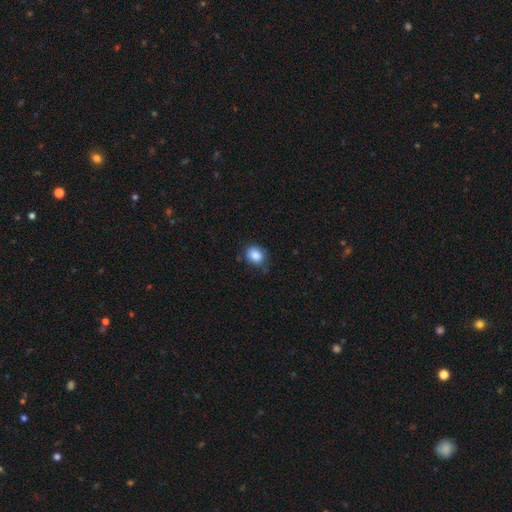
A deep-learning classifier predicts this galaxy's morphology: Smooth or featured: smooth — 86% (star or artifact — 9%)
How rounded: in between — 51% (round — 48%)
Merging: none — 68% (minor disturbance — 25%)